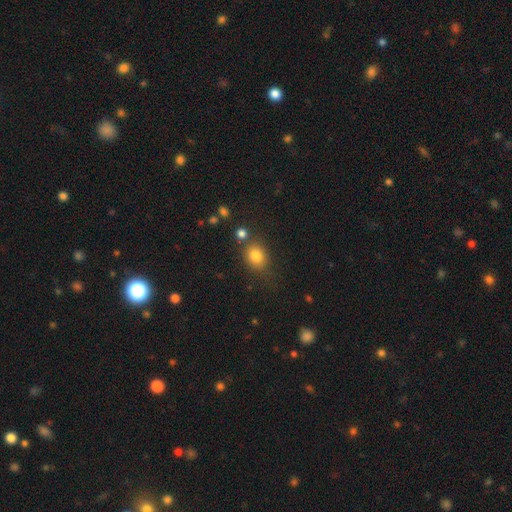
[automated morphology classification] smooth 81%, star or artifact 11%, featured or disk 8%. Down the decision tree: how rounded — in between (52%); merging — none (68%).